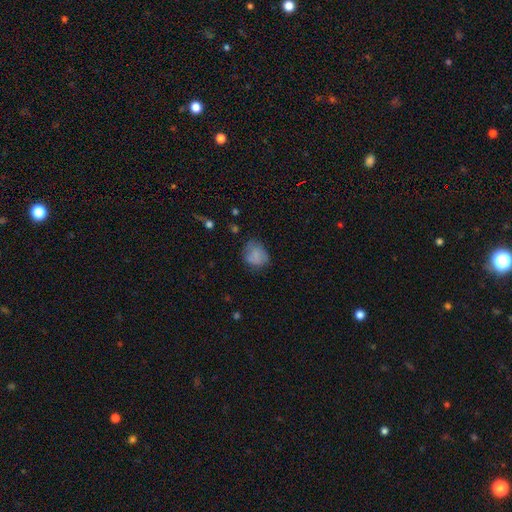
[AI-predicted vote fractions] Smooth or featured? Predicted: smooth (p=0.77). How rounded? Predicted: round (p=0.56). Merging? Predicted: none (p=0.59).